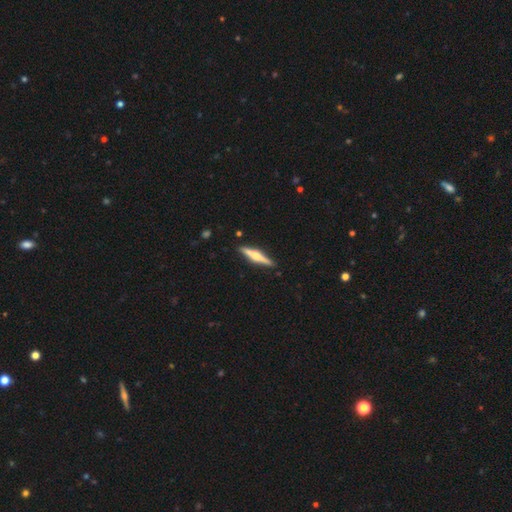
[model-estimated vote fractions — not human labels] smooth-or-featured: featured or disk: 68% | smooth: 27% | star or artifact: 5%
  disk-edge-on: yes: 98% | no: 2%
    edge-on-bulge: rounded: 89% | boxy: 7% | none: 4%
  merging: none: 90% | minor disturbance: 7% | major disturbance: 2% | merger: 1%